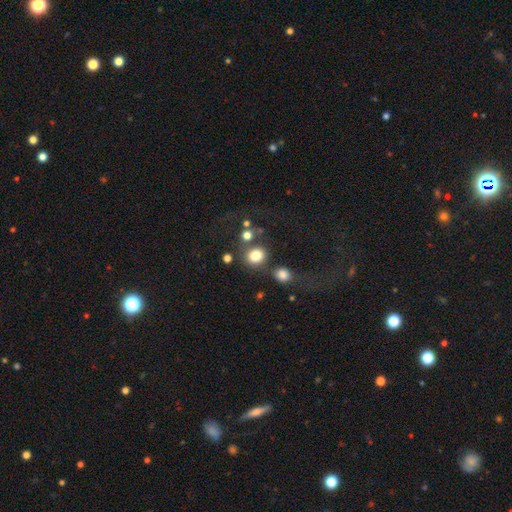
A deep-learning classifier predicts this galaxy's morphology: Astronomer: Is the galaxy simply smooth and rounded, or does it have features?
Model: smooth — 81%.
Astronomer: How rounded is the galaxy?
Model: round — 77%.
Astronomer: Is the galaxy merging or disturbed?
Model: none — 64%.